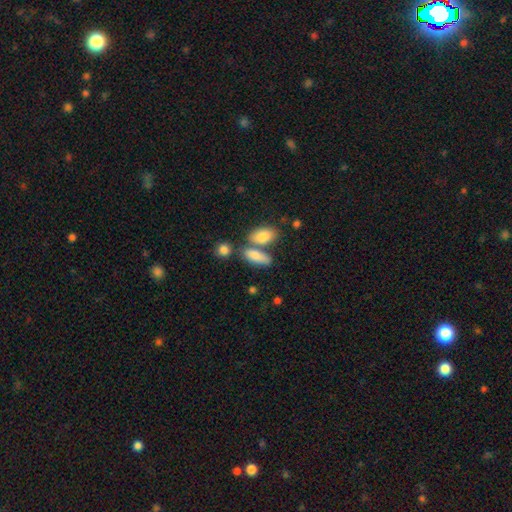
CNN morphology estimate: Smooth or featured? smooth (83%)
How rounded? in between (81%)
Merging? none (50%)